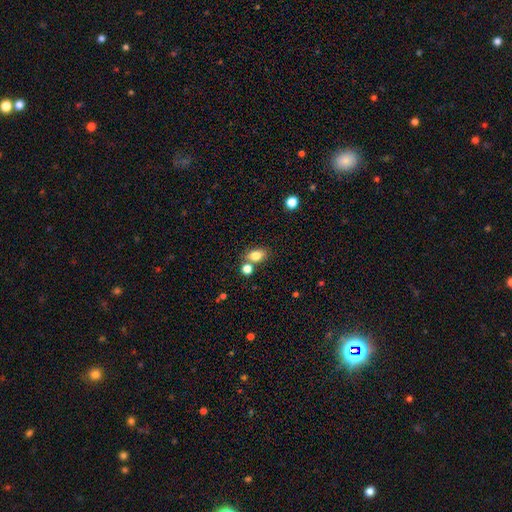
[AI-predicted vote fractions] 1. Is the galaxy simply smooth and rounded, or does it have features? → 81% smooth, 11% star or artifact, 8% featured or disk.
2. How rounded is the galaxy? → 77% in between, 21% round, 2% cigar-shaped.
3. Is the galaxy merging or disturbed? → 65% none, 20% merger, 12% minor disturbance, 4% major disturbance.